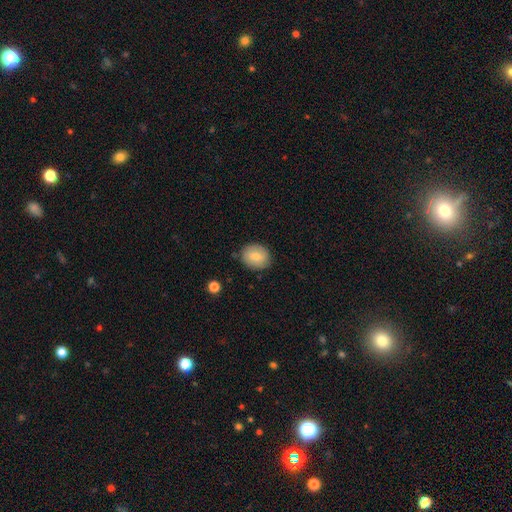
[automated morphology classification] This appears to be a smooth galaxy with no disk features (75%) that is round (58%). Merging: none (82%).